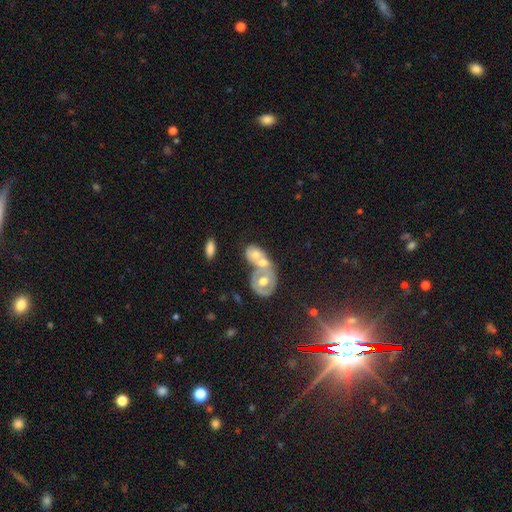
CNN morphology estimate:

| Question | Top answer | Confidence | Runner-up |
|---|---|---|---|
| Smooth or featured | featured or disk | 52% | smooth (37%) |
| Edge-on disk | no | 93% | yes (7%) |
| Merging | merger | 72% | none (17%) |